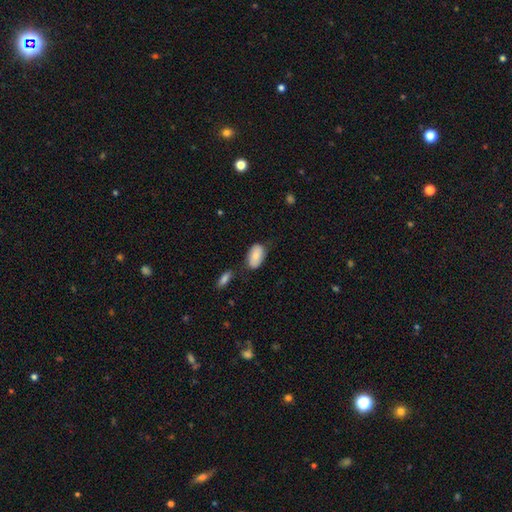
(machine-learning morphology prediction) A smooth galaxy with no disk features (81%) that is in between round and cigar-shaped (93%). Merging: none (65%).